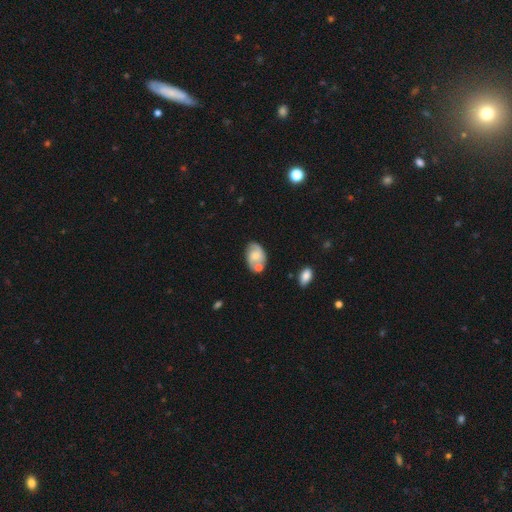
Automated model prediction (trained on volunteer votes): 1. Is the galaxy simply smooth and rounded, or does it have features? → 46% featured or disk (tied), 46% smooth (tied), 8% star or artifact.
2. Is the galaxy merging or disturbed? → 54% none, 22% minor disturbance, 18% merger, 6% major disturbance.